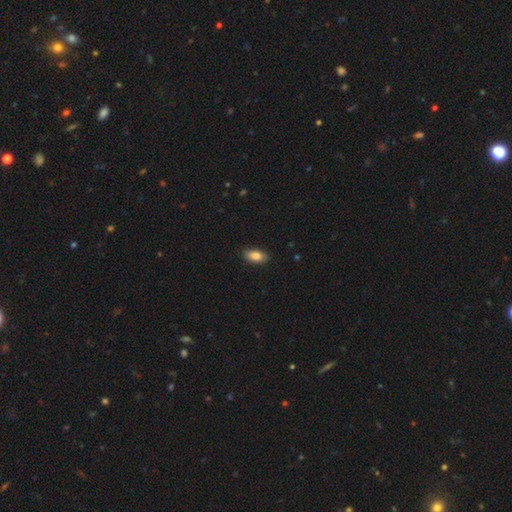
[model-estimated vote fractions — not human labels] Q: Smooth or featured?
A: smooth (85%); runner-up: featured or disk (8%)
Q: How rounded?
A: in between (89%); runner-up: cigar-shaped (7%)
Q: Merging?
A: none (86%); runner-up: minor disturbance (11%)